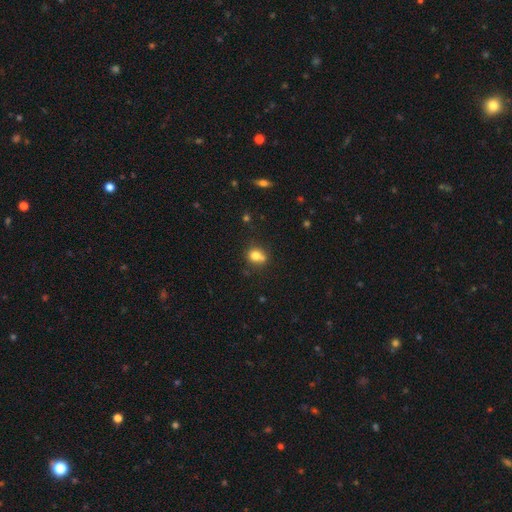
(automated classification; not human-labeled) Smooth or featured? smooth (77%)
How rounded? round (70%)
Merging? none (53%)